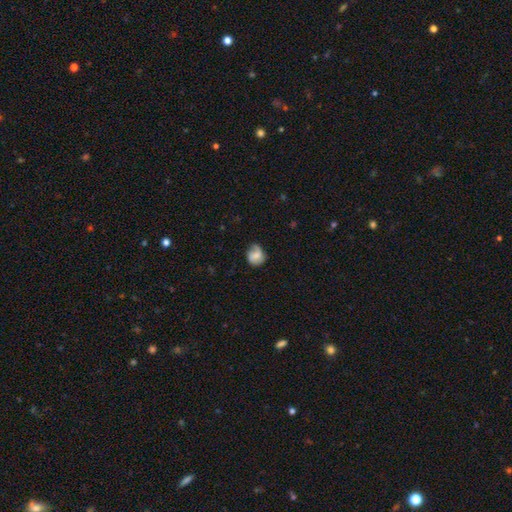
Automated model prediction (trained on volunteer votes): Smooth or featured? smooth (54%)
How rounded? round (69%)
Merging? none (53%)